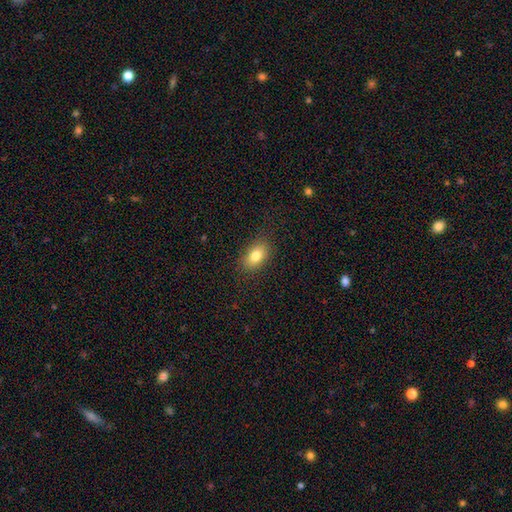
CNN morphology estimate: A smooth galaxy with no disk features (81%) that is in between round and cigar-shaped (86%). Merging: none (85%).